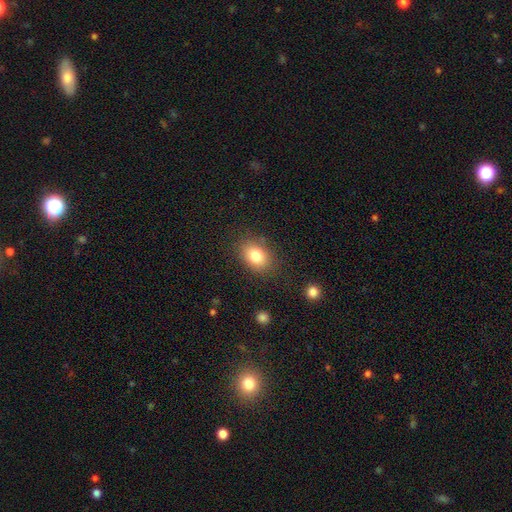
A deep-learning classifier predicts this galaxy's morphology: A smooth galaxy with no disk features (80%) that is in between round and cigar-shaped (65%). Merging: none (83%).